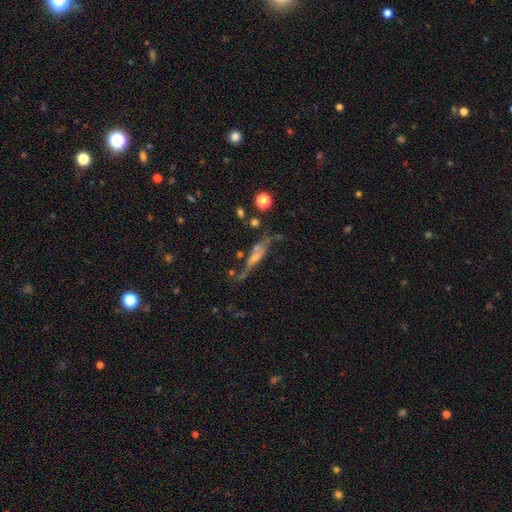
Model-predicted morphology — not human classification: A featured or disk galaxy (55%) viewed edge-on (68%). Merging: none (46%).